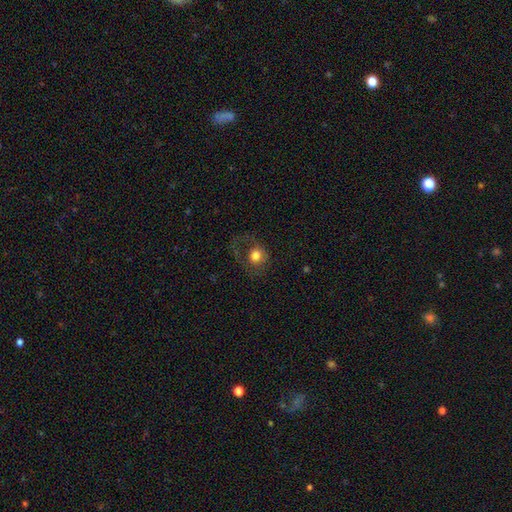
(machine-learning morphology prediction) smooth-or-featured: smooth: 66% | featured or disk: 23% | star or artifact: 11%
  how-rounded: round: 72% | in between: 27% | cigar-shaped: 1%
  merging: none: 47% | major disturbance: 32% | minor disturbance: 19% | merger: 2%